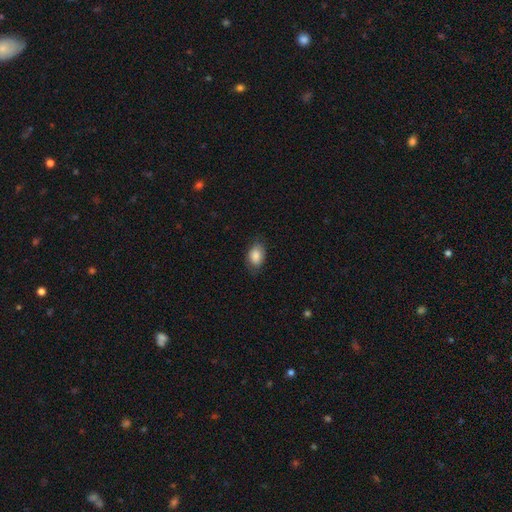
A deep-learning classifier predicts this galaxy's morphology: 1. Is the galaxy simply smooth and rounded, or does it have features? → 84% smooth, 9% featured or disk, 7% star or artifact.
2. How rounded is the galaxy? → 84% in between, 14% round, 1% cigar-shaped.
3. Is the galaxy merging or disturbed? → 75% none, 19% minor disturbance, 5% major disturbance, 1% merger.